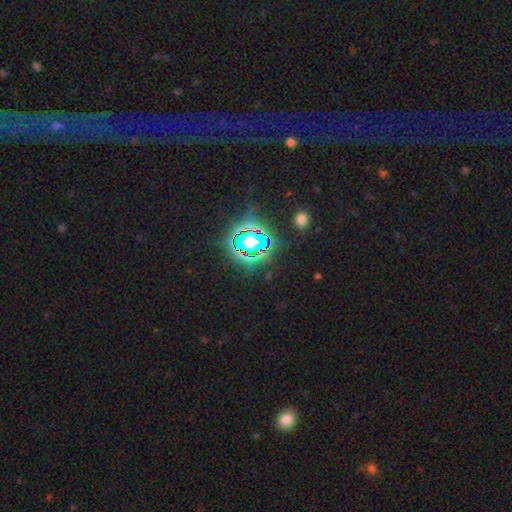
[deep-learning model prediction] A star or artifact, not a galaxy (82%).

Vote fractions:
- Smooth or featured? star or artifact: 82% / smooth: 10% / featured or disk: 8%